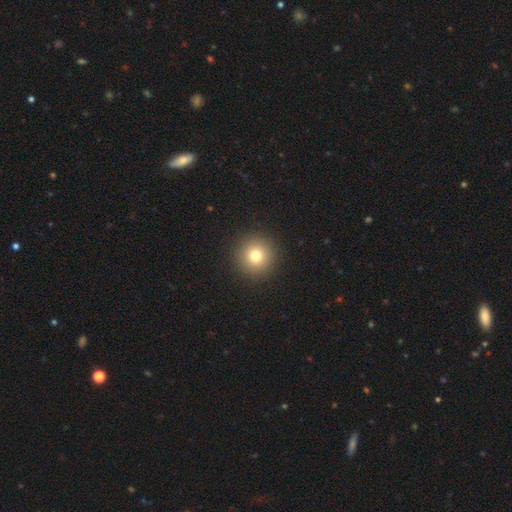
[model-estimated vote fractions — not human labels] Morphology: type=smooth (78%); roundness=round (96%); merging=none (93%).